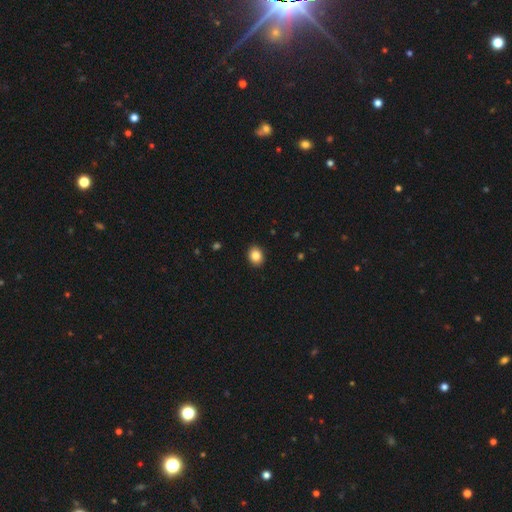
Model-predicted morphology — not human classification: Overall: smooth (85%). How rounded: round (52%; in between 47%). Merging: none (92%).